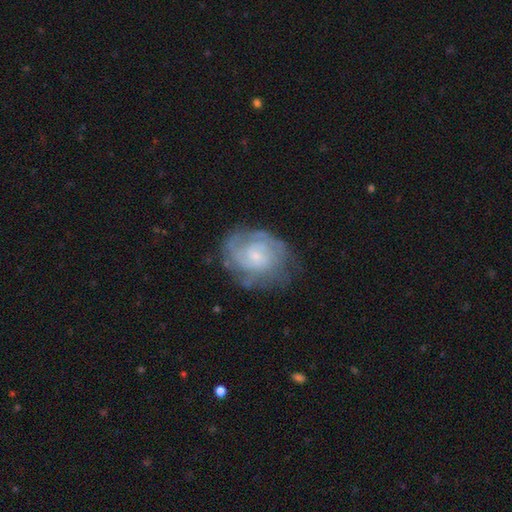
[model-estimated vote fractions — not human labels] Smooth or featured? featured or disk (76%)
Edge-on disk? no (97%)
Bar? no (69%)
Spiral arms? yes (89%)
Spiral winding? tight (61%)
Spiral arm count? can't tell (42%)
Bulge size? small (72%)
Merging? none (66%)